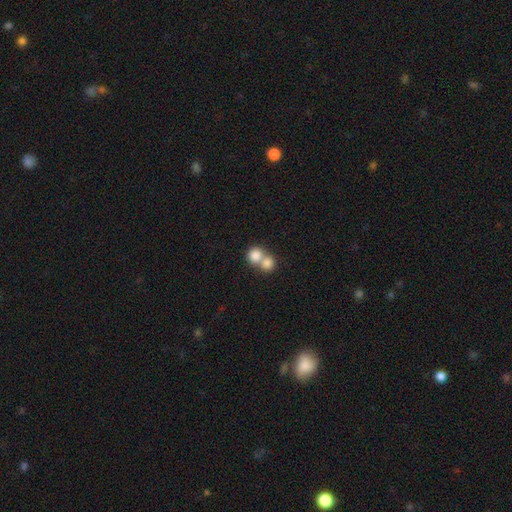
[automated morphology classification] This is clearly a smooth galaxy (81%). How rounded: clearly round (83%). Merging: likely merger (64%).